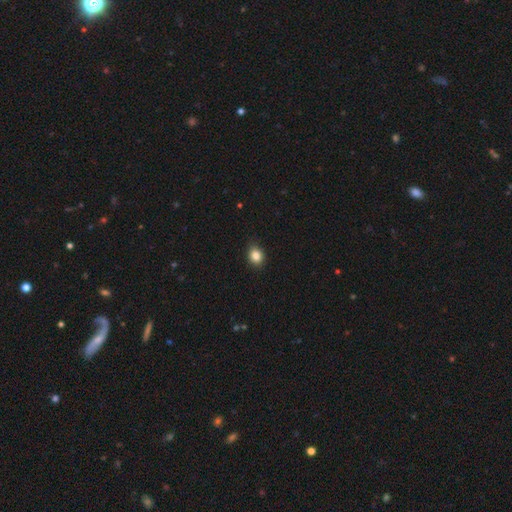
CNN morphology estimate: A smooth galaxy with no disk features (84%) that is round (58%). Merging: none (84%).